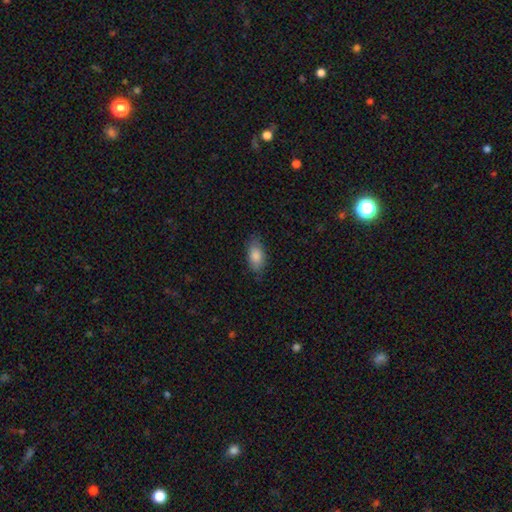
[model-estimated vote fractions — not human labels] smooth_or_featured: smooth (p=0.84) [alt: featured or disk p=0.09]
how_rounded: in between (p=0.90) [alt: cigar-shaped p=0.06]
merging: none (p=0.82) [alt: minor disturbance p=0.14]